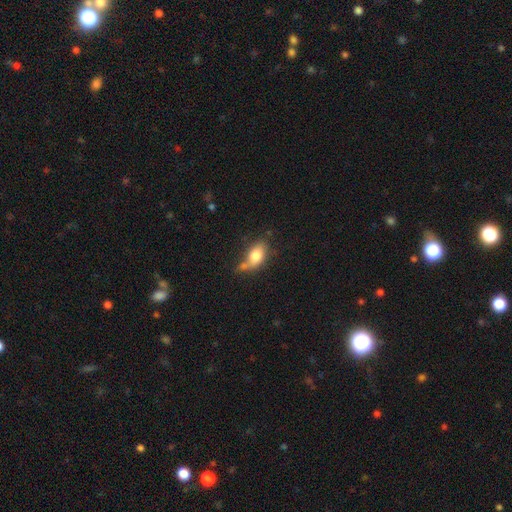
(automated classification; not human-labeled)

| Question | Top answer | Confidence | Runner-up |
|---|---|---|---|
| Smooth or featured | smooth | 77% | featured or disk (15%) |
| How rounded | in between | 85% | round (10%) |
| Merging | none | 43% | minor disturbance (26%) |